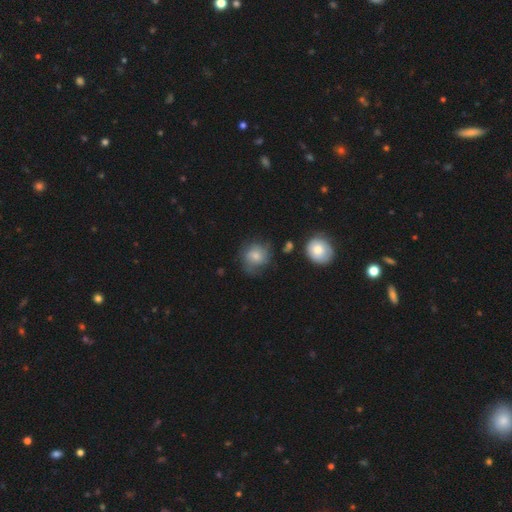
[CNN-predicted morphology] smooth-or-featured: smooth: 67% | featured or disk: 24% | star or artifact: 9%
  how-rounded: round: 79% | in between: 20% | cigar-shaped: 1%
  merging: none: 58% | minor disturbance: 26% | major disturbance: 13% | merger: 4%